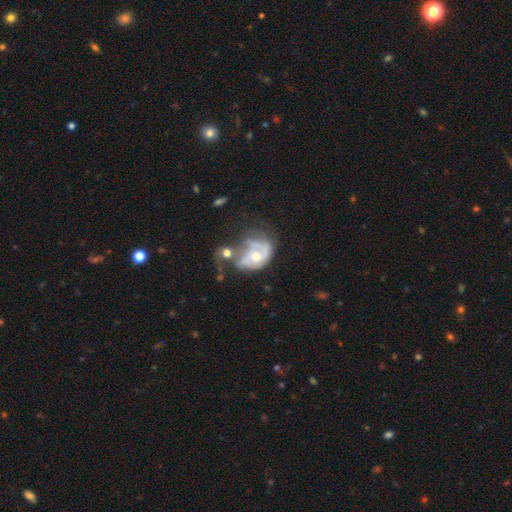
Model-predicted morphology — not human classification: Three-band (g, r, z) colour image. It shows a featured or disk galaxy (72%) with no bar (72%), 2 (37%) medium (41%) spiral arms (75%) and a moderate central bulge (61%). Merging: merger (34%).